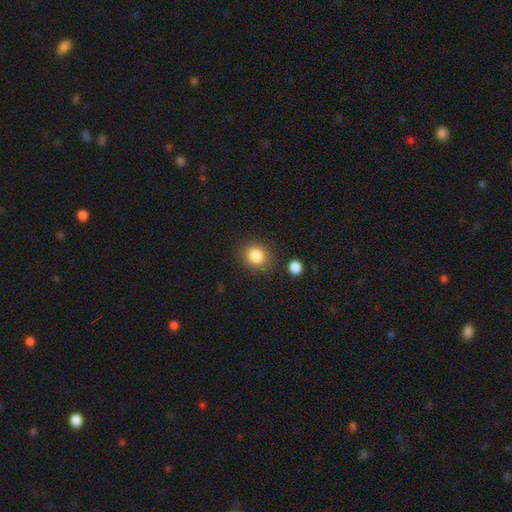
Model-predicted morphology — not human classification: Smooth or featured? smooth (85%)
How rounded? round (73%)
Merging? none (82%)